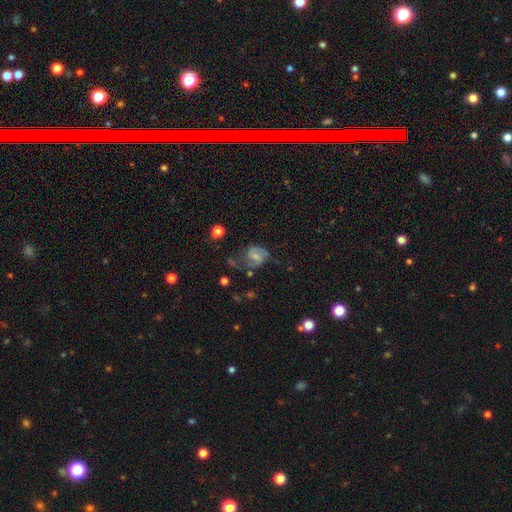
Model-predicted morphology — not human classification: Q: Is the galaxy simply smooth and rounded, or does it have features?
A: featured or disk — 61%.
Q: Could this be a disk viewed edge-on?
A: no — 98%.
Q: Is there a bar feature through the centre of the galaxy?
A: weak — 48%.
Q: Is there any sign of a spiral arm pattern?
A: yes — 86%.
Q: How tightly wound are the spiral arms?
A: medium — 48%.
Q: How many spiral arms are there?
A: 2 — 78%.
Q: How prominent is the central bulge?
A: small — 45%.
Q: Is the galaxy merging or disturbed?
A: none — 45%.